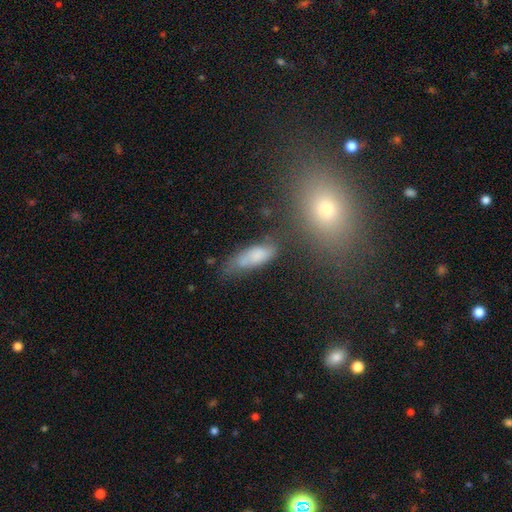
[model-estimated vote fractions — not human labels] This is likely a smooth galaxy (69%). How rounded: likely in between (64%). Merging: marginally none (45%).